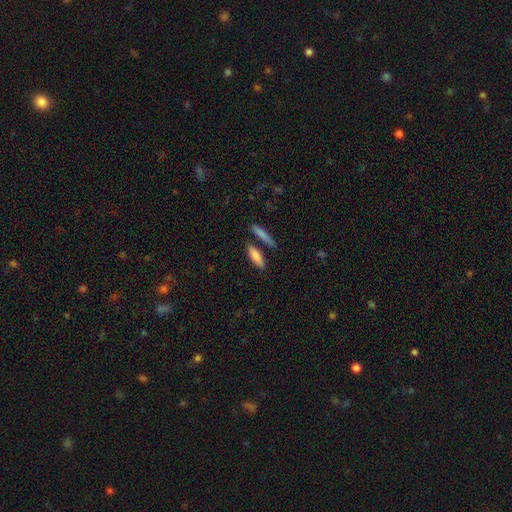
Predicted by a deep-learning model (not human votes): Q: Smooth or featured?
A: smooth (80%); runner-up: featured or disk (14%)
Q: How rounded?
A: cigar-shaped (60%); runner-up: in between (37%)
Q: Merging?
A: none (73%); runner-up: merger (13%)